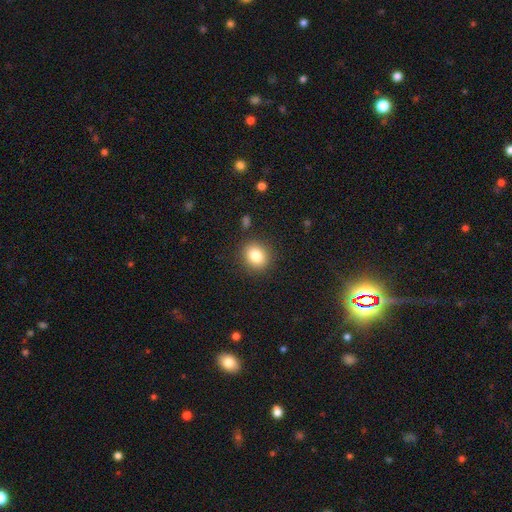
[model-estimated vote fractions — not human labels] A smooth galaxy with no disk features (83%) that is round (68%).

Vote fractions:
- Smooth or featured? smooth: 83% / star or artifact: 10% / featured or disk: 7%
- How rounded? round: 68% / in between: 31% / cigar-shaped: 1%
- Merging? none: 87% / minor disturbance: 8% / major disturbance: 3% / merger: 2%